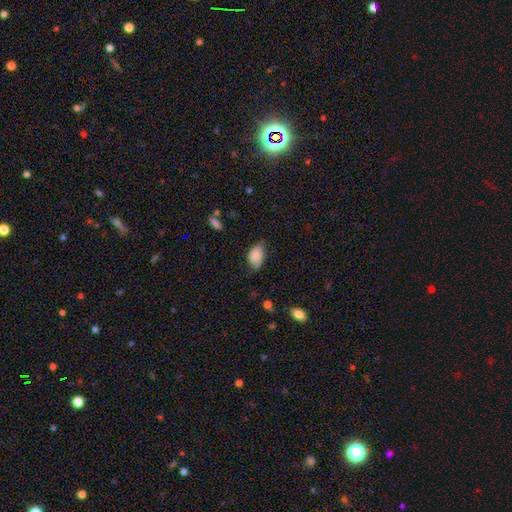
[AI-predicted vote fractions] Smooth or featured? Predicted: smooth (p=0.87). How rounded? Predicted: in between (p=0.90). Merging? Predicted: none (p=0.58).